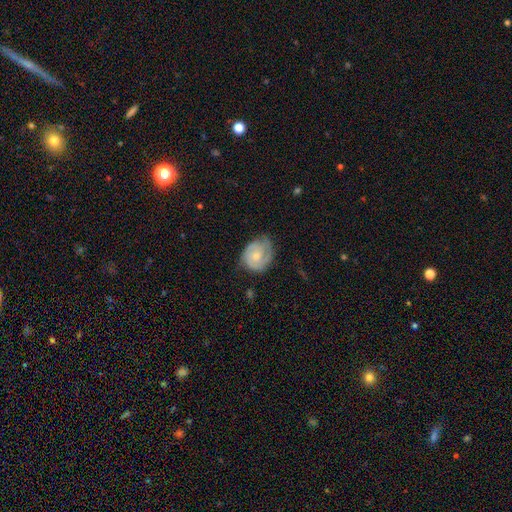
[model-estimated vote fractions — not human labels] Smooth or featured: featured or disk — 66% (smooth — 28%)
Edge-on disk: no — 98% (yes — 2%)
Bar: no — 71% (weak — 25%)
Spiral arms: yes — 90% (no — 10%)
Spiral winding: tight — 57% (medium — 33%)
Spiral arm count: 2 — 50% (can't tell — 21%)
Bulge size: small — 53% (moderate — 40%)
Merging: none — 60% (minor disturbance — 28%)